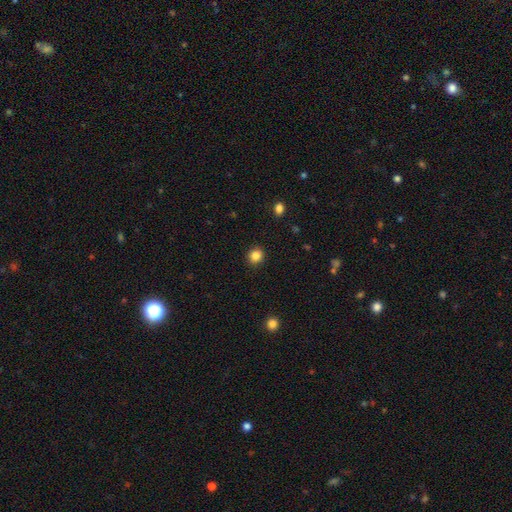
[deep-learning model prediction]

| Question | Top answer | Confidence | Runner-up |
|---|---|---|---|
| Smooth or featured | smooth | 85% | star or artifact (11%) |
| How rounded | round | 88% | in between (11%) |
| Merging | none | 92% | minor disturbance (5%) |